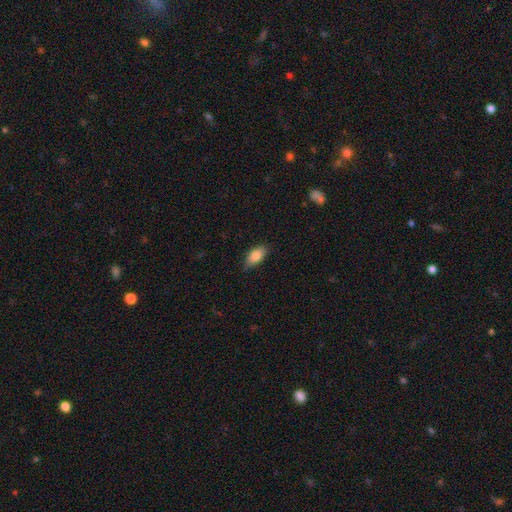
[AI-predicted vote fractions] This appears to be a smooth galaxy with no disk features (83%) that is in between round and cigar-shaped (90%). Merging: none (75%).